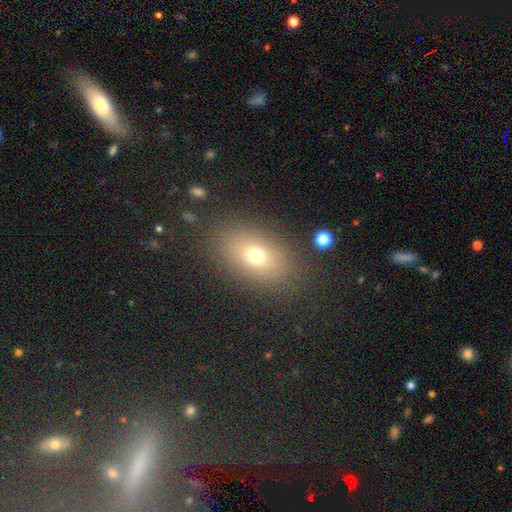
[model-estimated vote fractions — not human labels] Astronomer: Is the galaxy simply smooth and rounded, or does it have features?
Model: smooth — 71%.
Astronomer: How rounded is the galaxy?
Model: in between — 79%.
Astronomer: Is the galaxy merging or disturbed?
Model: none — 82%.